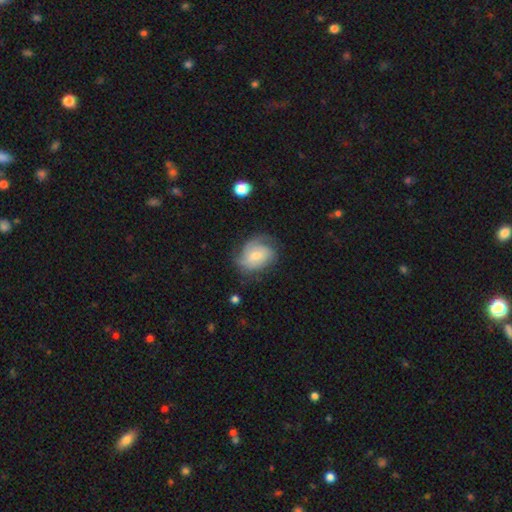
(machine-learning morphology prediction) Smooth or featured: featured or disk — 56% (smooth — 37%)
Edge-on disk: no — 97% (yes — 3%)
Bar: no — 60% (weak — 34%)
Spiral arms: yes — 85% (no — 15%)
Bulge size: small — 49% (moderate — 43%)
Merging: none — 56% (minor disturbance — 27%)